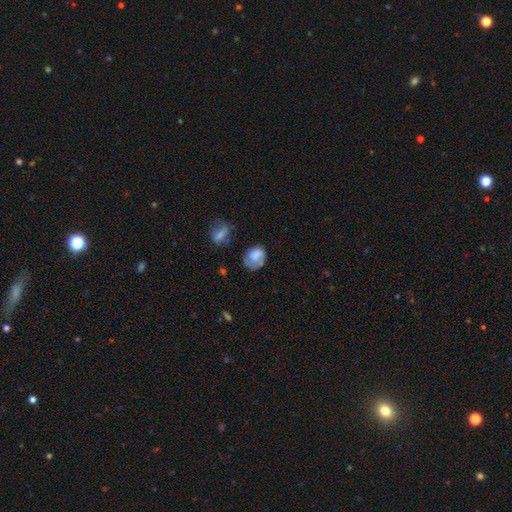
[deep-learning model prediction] Overall: smooth (62%; featured or disk 30%). How rounded: round (50%; in between 49%). Merging: none (49%; minor disturbance 29%).